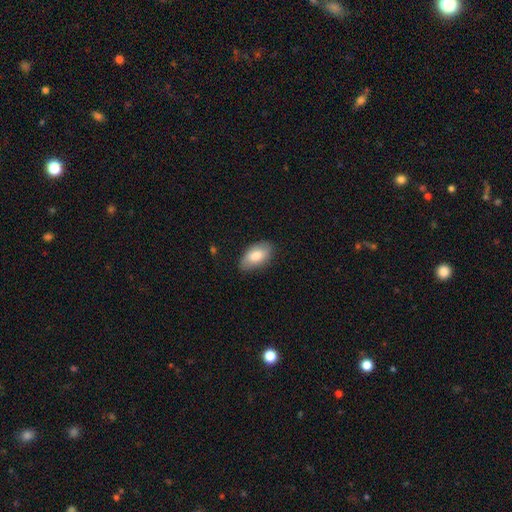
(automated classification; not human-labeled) This is likely a smooth galaxy (76%). How rounded: clearly in between (94%). Merging: clearly none (82%).